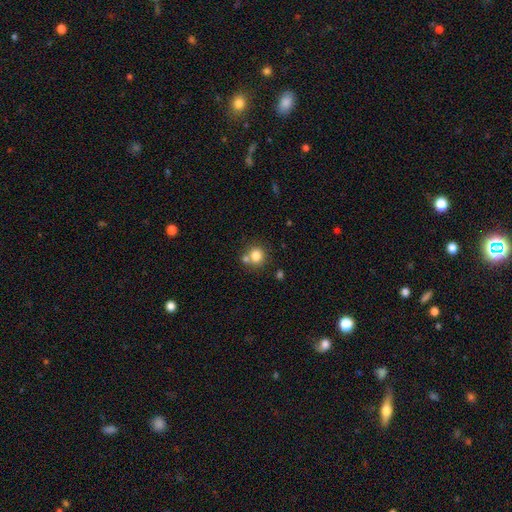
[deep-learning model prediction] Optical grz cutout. It shows a smooth galaxy with no disk features (81%) that is round (86%). Merging: none (62%).